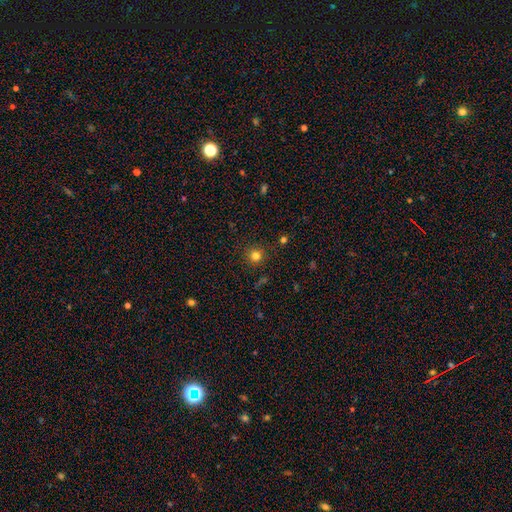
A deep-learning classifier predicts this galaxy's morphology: Smooth or featured?
  - smooth: 79% *
  - star or artifact: 15%
  - featured or disk: 5%
How rounded?
  - round: 94% *
  - in between: 5%
  - cigar-shaped: 1%
Merging?
  - none: 90% *
  - minor disturbance: 7%
  - major disturbance: 2%
  - merger: 2%